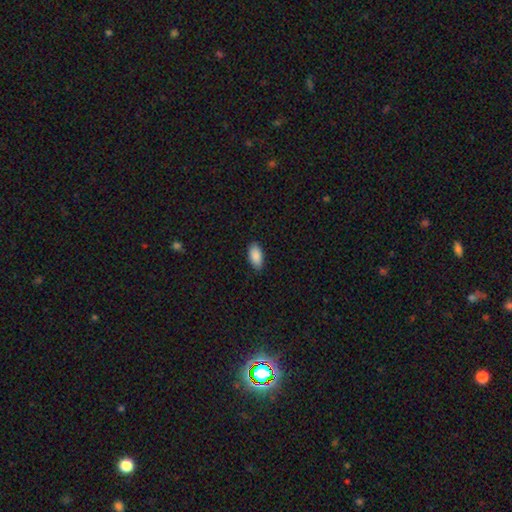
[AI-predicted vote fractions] smooth_or_featured: smooth (p=0.90) [alt: star or artifact p=0.06]
how_rounded: in between (p=0.94) [alt: cigar-shaped p=0.04]
merging: none (p=0.86) [alt: minor disturbance p=0.11]